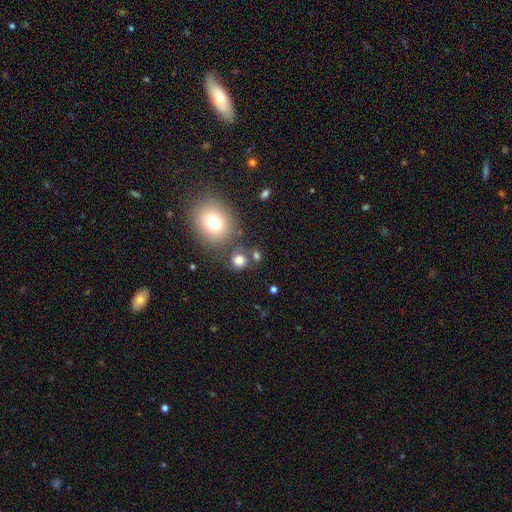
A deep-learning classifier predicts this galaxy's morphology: type=smooth (65%); roundness=round (78%); merging=none (73%).